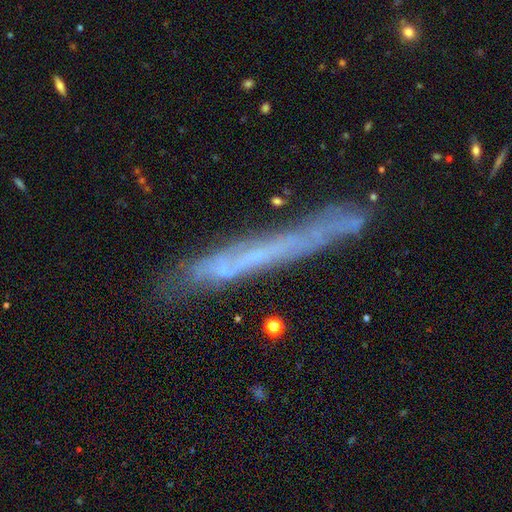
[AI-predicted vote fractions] This is possibly a featured or disk galaxy (53%). It is clearly viewed edge-on (84%). Merging: likely none (74%).